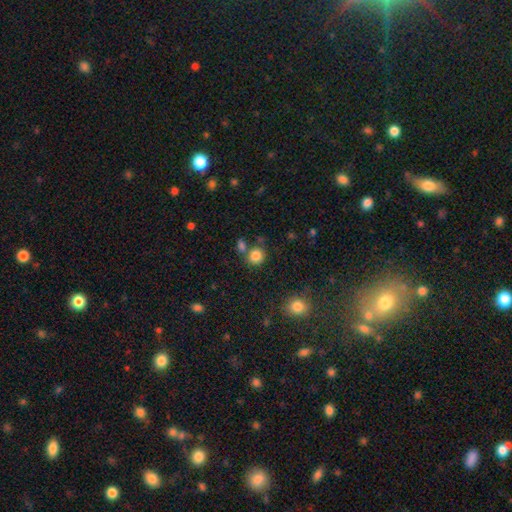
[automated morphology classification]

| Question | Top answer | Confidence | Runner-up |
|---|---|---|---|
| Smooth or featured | smooth | 84% | star or artifact (11%) |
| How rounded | round | 85% | in between (14%) |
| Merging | none | 71% | merger (15%) |